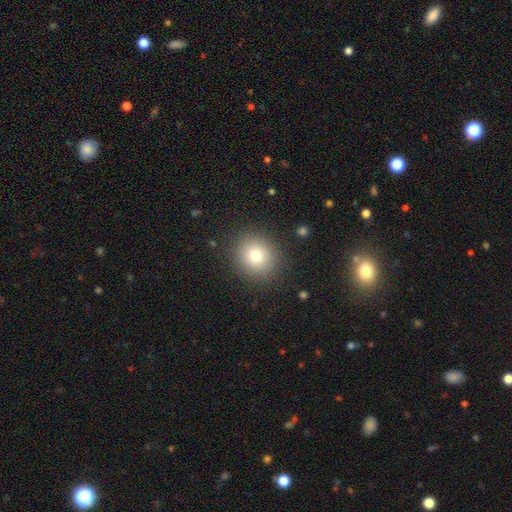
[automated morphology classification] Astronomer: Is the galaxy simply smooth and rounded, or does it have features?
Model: smooth — 79%.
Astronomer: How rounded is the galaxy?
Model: round — 83%.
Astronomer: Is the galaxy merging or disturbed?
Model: none — 88%.